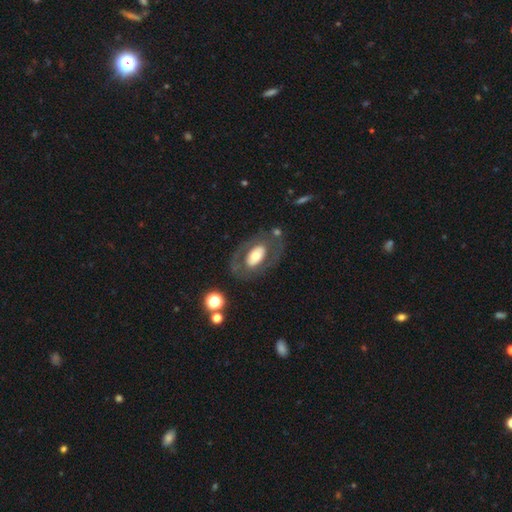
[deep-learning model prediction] Overall: featured or disk (53%; smooth 40%). Edge-on disk: no (91%). Merging: none (71%).